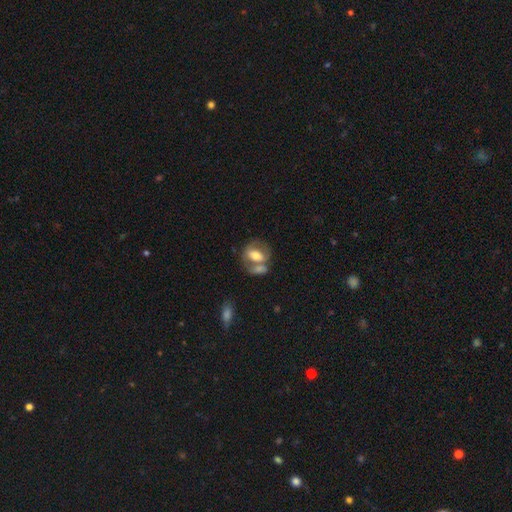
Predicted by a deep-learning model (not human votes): A smooth galaxy with no disk features (51%) that is in between round and cigar-shaped (67%). Merging: merger (42%).